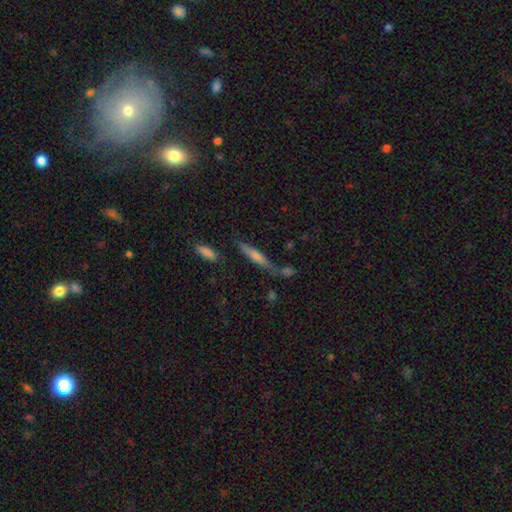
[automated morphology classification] Smooth or featured? smooth (47%)
Merging? none (63%)